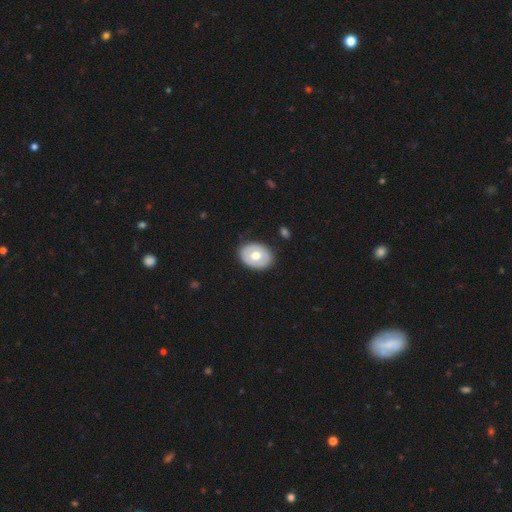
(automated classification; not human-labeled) A smooth galaxy with no disk features (52%) that is in between round and cigar-shaped (63%). Merging: none (86%).